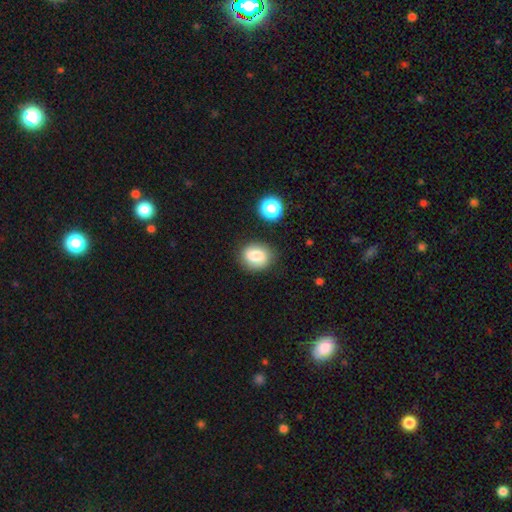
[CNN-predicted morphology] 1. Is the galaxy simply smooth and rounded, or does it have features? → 71% smooth, 19% featured or disk, 10% star or artifact.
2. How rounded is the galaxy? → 64% round, 35% in between, 1% cigar-shaped.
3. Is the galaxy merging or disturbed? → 81% none, 12% minor disturbance, 3% major disturbance, 3% merger.